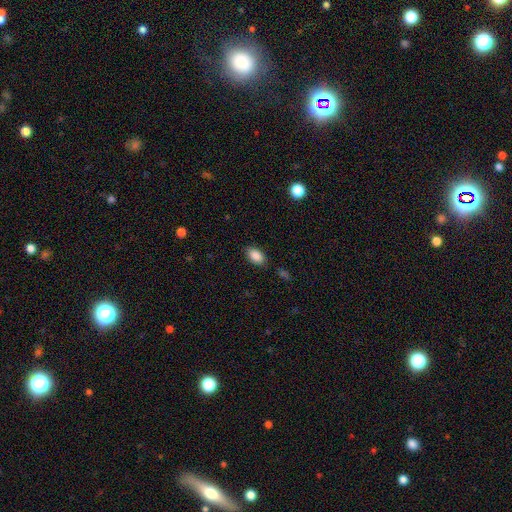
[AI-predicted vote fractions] Smooth or featured: smooth — 88% (star or artifact — 8%)
How rounded: in between — 91% (round — 7%)
Merging: none — 84% (minor disturbance — 11%)